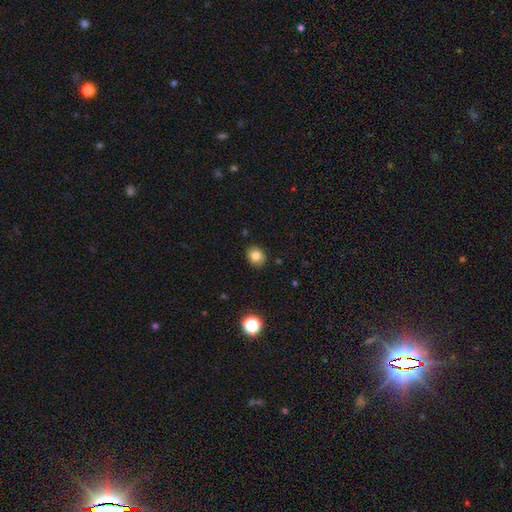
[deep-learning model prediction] smooth-or-featured: smooth: 81% | star or artifact: 11% | featured or disk: 8%
  how-rounded: round: 68% | in between: 31% | cigar-shaped: 1%
  merging: none: 88% | minor disturbance: 9% | major disturbance: 2% | merger: 1%